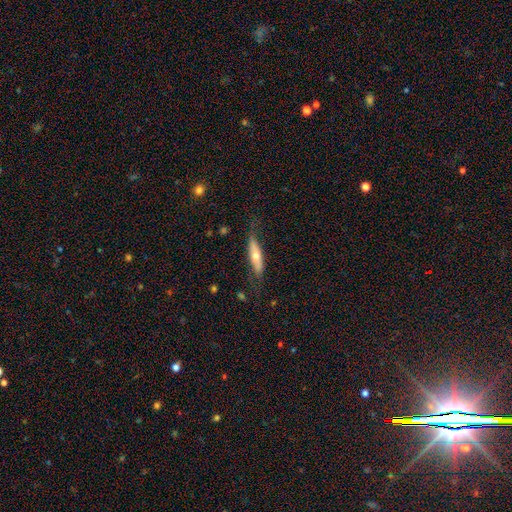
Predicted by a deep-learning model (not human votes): smooth-or-featured: smooth: 51% | featured or disk: 43% | star or artifact: 6%
  how-rounded: cigar-shaped: 66% | in between: 32% | round: 2%
  merging: none: 66% | minor disturbance: 22% | major disturbance: 10% | merger: 2%